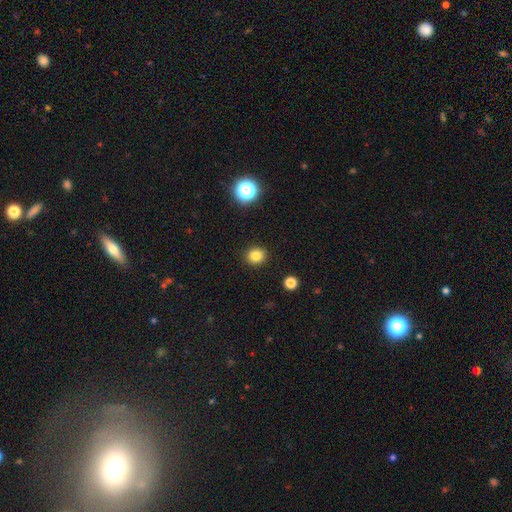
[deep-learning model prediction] smooth-or-featured: smooth: 83% | star or artifact: 13% | featured or disk: 5%
  how-rounded: round: 83% | in between: 16% | cigar-shaped: 1%
  merging: none: 91% | minor disturbance: 6% | major disturbance: 2% | merger: 1%